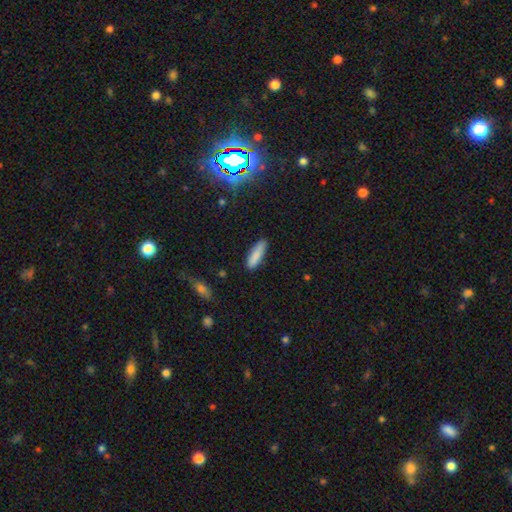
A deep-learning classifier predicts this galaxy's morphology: Smooth or featured: smooth — 87% (featured or disk — 7%)
How rounded: cigar-shaped — 62% (in between — 37%)
Merging: none — 82% (minor disturbance — 14%)